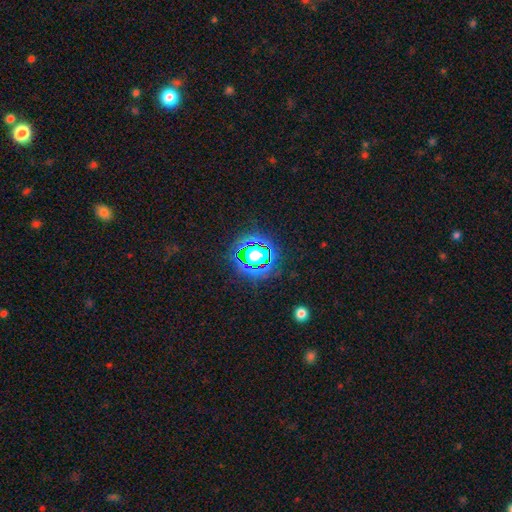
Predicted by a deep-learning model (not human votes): The model was most divided on "smooth or featured": star or artifact: 64%, smooth: 24%, featured or disk: 12%.